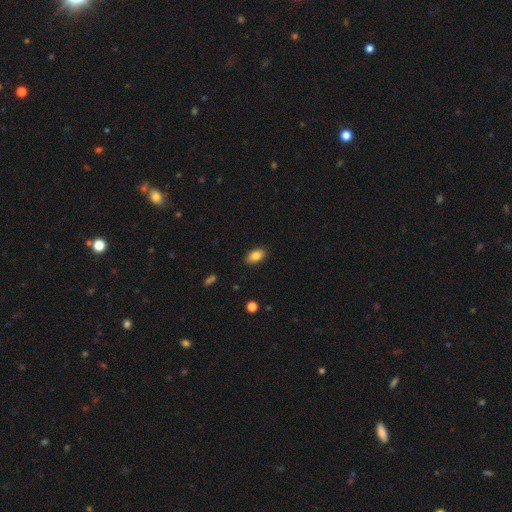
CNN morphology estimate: Smooth or featured? Predicted: smooth (p=0.84). How rounded? Predicted: in between (p=0.90). Merging? Predicted: none (p=0.88).